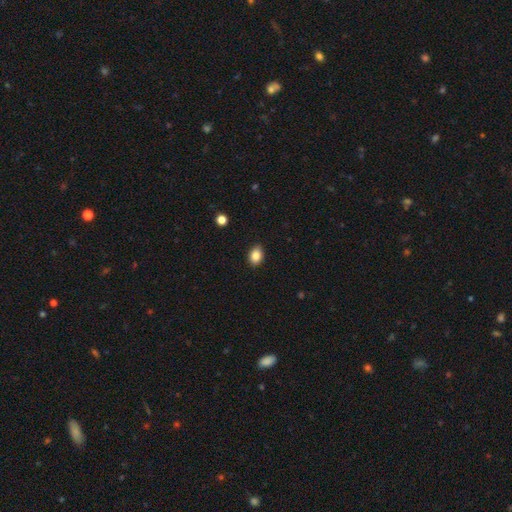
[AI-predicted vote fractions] A smooth galaxy with no disk features (86%) that is in between round and cigar-shaped (77%).

Vote fractions:
- Smooth or featured? smooth: 86% / star or artifact: 9% / featured or disk: 6%
- How rounded? in between: 77% / round: 21% / cigar-shaped: 1%
- Merging? none: 89% / minor disturbance: 8% / major disturbance: 2% / merger: 1%